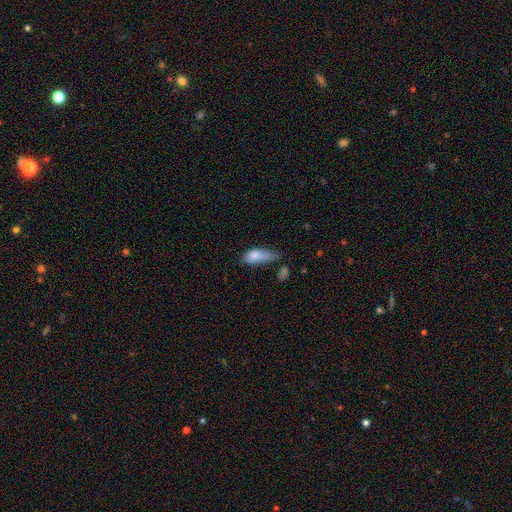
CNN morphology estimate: The model was most divided on "merging": minor disturbance: 36%, major disturbance: 30%, none: 23%, merger: 11%. More confident: how rounded — in between (80%); smooth or featured — smooth (78%).